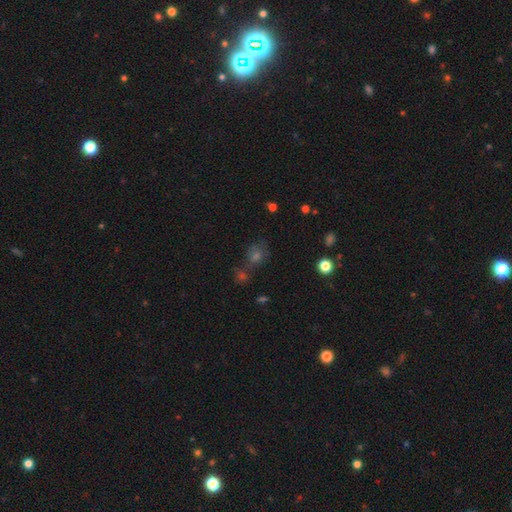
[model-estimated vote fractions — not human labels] Smooth or featured?
  - smooth: 47% *
  - star or artifact: 34%
  - featured or disk: 19%
Merging?
  - none: 57% *
  - merger: 19%
  - minor disturbance: 15%
  - major disturbance: 8%